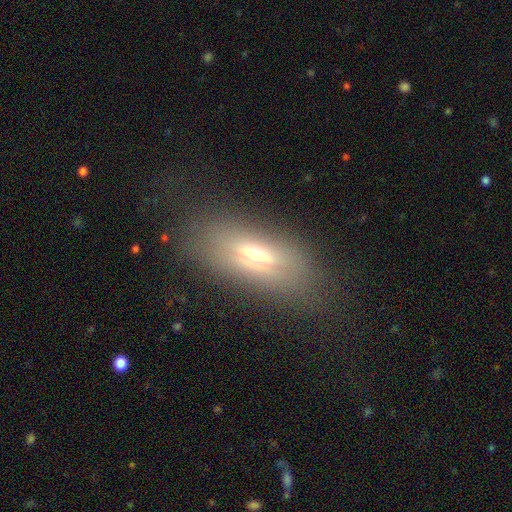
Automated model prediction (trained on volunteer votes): A smooth galaxy with no disk features (46%).

Vote fractions:
- Smooth or featured? smooth: 46% / featured or disk: 40% / star or artifact: 13%
- Merging? none: 71% / minor disturbance: 17% / major disturbance: 10% / merger: 2%